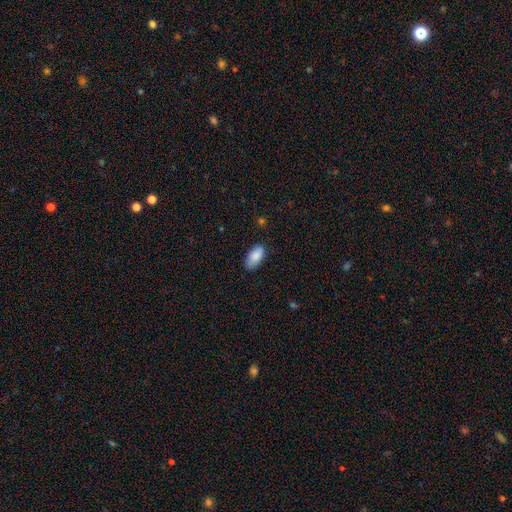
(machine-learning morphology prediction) Smooth or featured?
  - smooth: 87% *
  - star or artifact: 7%
  - featured or disk: 6%
How rounded?
  - in between: 93% *
  - cigar-shaped: 5%
  - round: 2%
Merging?
  - none: 80% *
  - minor disturbance: 17%
  - major disturbance: 3%
  - merger: 1%